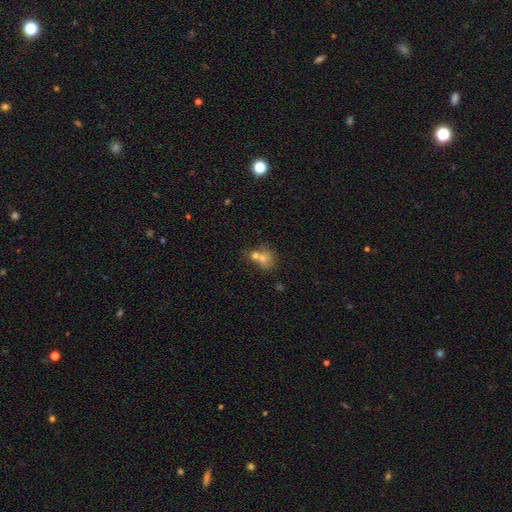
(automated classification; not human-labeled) A smooth galaxy with no disk features (52%) that is in between round and cigar-shaped (62%). Merging: none (56%).